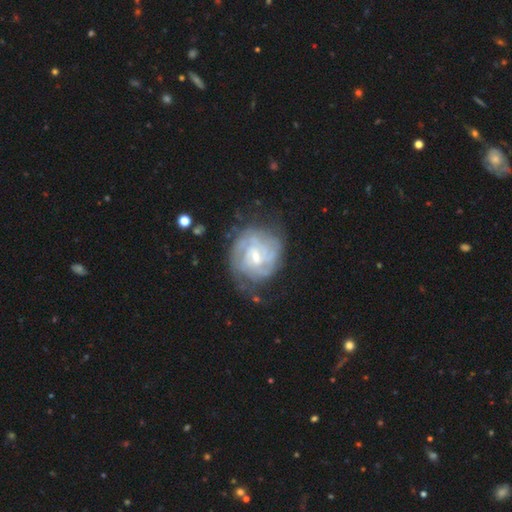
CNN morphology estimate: A featured or disk galaxy (82%) with a weak bar (55%), tight (70%) spiral arms (93%) and a small central bulge (53%).

Vote fractions:
- Smooth or featured? featured or disk: 82% / smooth: 12% / star or artifact: 6%
- Edge-on disk? no: 98% / yes: 2%
- Bar? weak: 55% / no: 32% / strong: 13%
- Spiral arms? yes: 93% / no: 7%
- Spiral winding? tight: 70% / medium: 25% / loose: 6%
- Spiral arm count? can't tell: 42% / 2: 24% / 3: 15% / 4: 10% / more than 4: 5% / 1: 5%
- Bulge size? small: 53% / moderate: 41% / none: 4% / large: 2% / dominant: 1%
- Merging? none: 67% / minor disturbance: 21% / major disturbance: 10% / merger: 2%